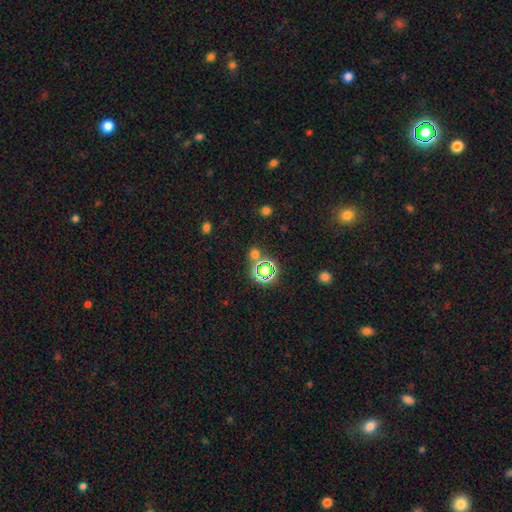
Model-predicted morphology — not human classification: smooth_or_featured: star or artifact (p=0.61) [alt: smooth p=0.32]